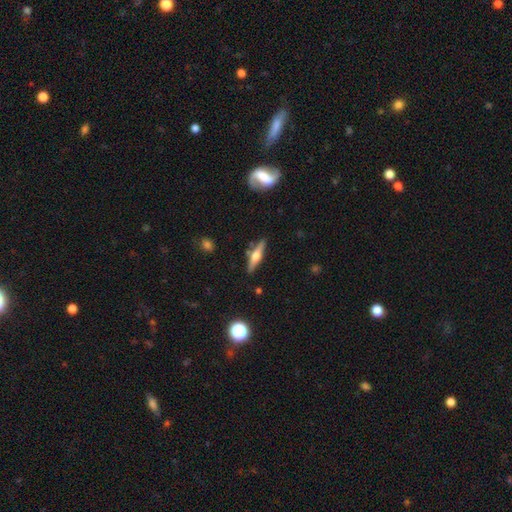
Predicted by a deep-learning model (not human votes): Smooth or featured? Predicted: featured or disk (p=0.60). Edge-on disk? Predicted: yes (p=0.96). Edge-on bulge? Predicted: rounded (p=0.91). Merging? Predicted: none (p=0.83).